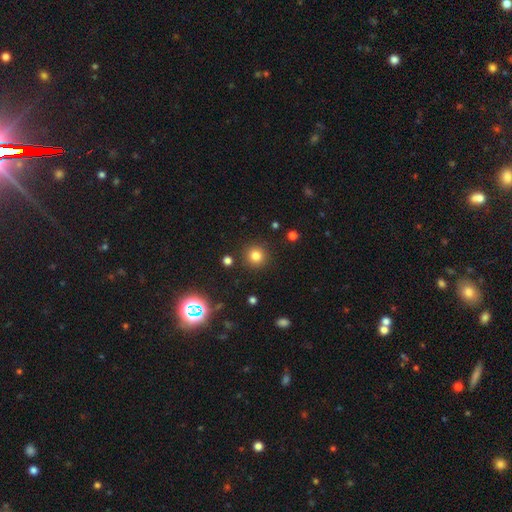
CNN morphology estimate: Smooth or featured? Predicted: smooth (p=0.80). How rounded? Predicted: round (p=0.94). Merging? Predicted: none (p=0.90).